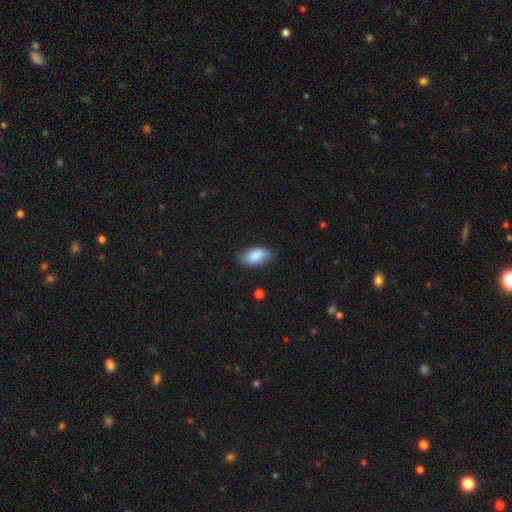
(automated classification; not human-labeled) Smooth or featured? smooth (82%)
How rounded? in between (92%)
Merging? none (76%)